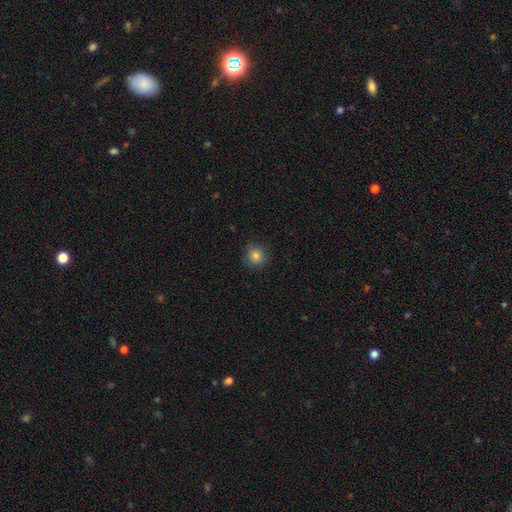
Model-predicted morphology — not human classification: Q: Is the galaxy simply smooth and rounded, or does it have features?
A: smooth — 81%.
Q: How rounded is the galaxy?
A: round — 90%.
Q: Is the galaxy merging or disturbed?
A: none — 88%.